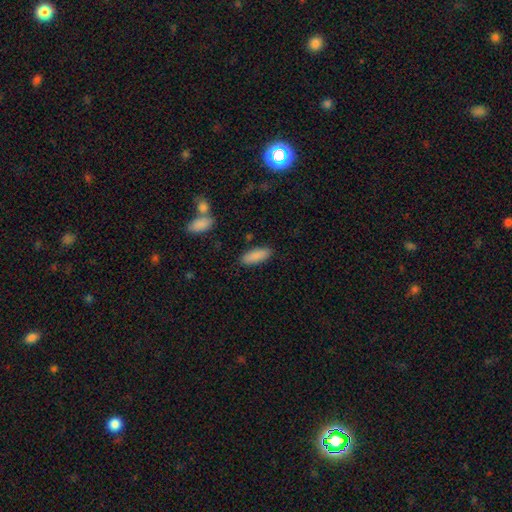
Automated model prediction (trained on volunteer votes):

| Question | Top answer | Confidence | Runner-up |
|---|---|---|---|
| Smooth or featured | smooth | 88% | star or artifact (6%) |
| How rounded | in between | 70% | cigar-shaped (28%) |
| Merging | none | 86% | minor disturbance (9%) |